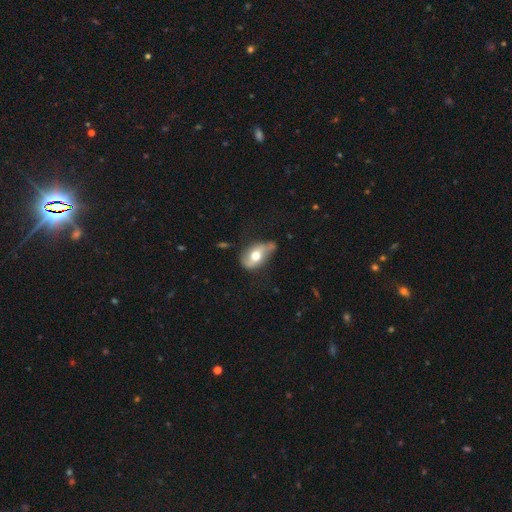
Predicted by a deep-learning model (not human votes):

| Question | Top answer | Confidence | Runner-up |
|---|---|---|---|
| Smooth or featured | featured or disk | 50% | smooth (43%) |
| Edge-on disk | no | 86% | yes (14%) |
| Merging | none | 45% | minor disturbance (34%) |